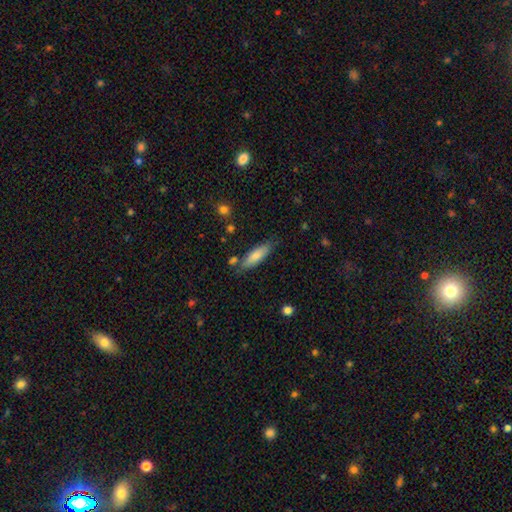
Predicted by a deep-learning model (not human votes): Smooth or featured? Predicted: smooth (p=0.79). How rounded? Predicted: cigar-shaped (p=0.55). Merging? Predicted: none (p=0.75).